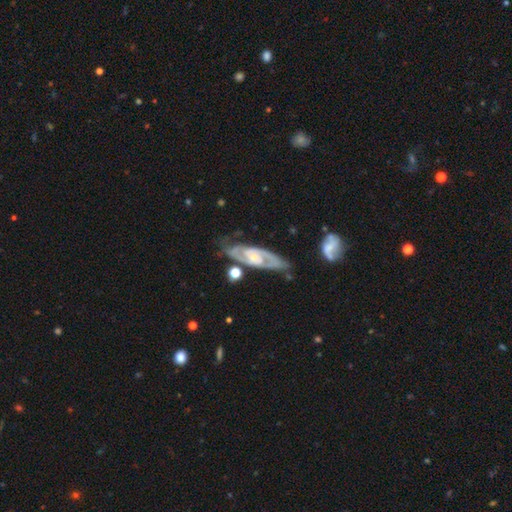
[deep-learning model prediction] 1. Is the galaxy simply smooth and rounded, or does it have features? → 78% featured or disk, 13% smooth, 8% star or artifact.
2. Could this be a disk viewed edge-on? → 80% no, 20% yes.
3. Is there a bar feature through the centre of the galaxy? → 55% no, 34% weak, 11% strong.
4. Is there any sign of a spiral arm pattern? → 87% yes, 13% no.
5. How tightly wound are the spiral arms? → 49% tight, 39% medium, 12% loose.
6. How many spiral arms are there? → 56% 2, 29% can't tell, 6% 3, 4% 1, 2% 4, 2% more than 4.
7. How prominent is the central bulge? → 47% small, 40% moderate, 7% none, 5% large, 2% dominant.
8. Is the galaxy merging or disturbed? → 65% none, 19% minor disturbance, 9% major disturbance, 7% merger.